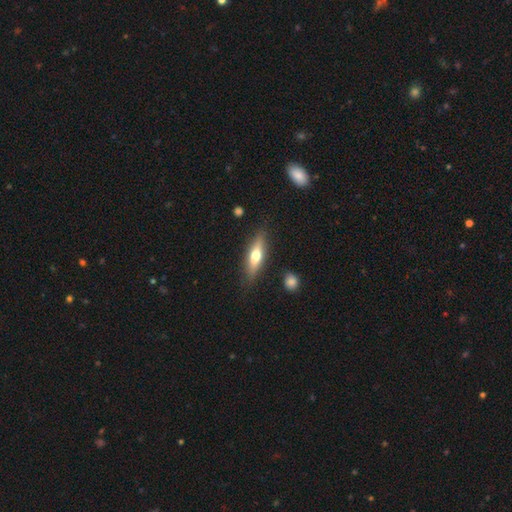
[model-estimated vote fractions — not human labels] smooth_or_featured: smooth (p=0.51) [alt: featured or disk p=0.43]
how_rounded: cigar-shaped (p=0.61) [alt: in between p=0.37]
merging: none (p=0.85) [alt: minor disturbance p=0.10]